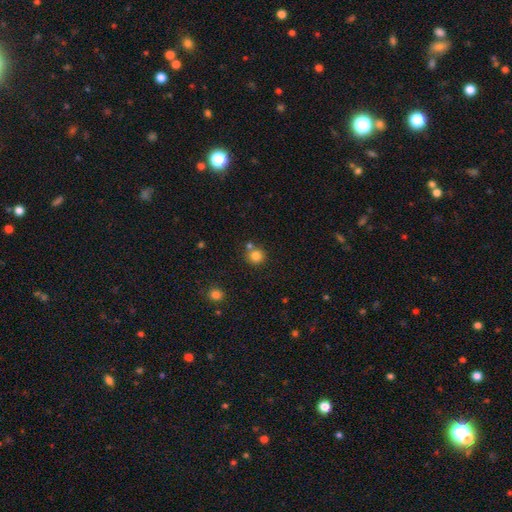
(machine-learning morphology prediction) Smooth or featured? smooth (81%)
How rounded? round (92%)
Merging? none (70%)